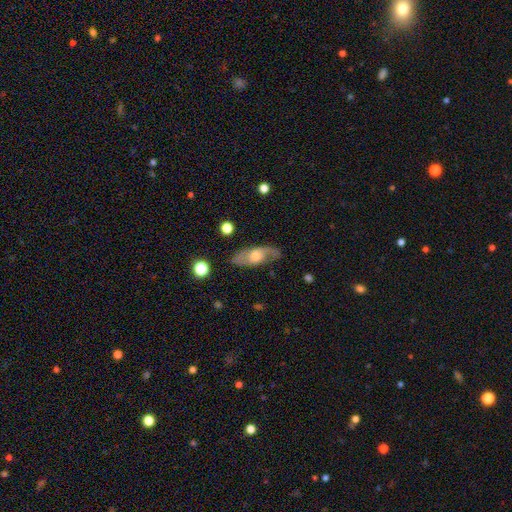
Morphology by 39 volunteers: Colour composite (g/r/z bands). It shows a featured or disk galaxy (62%) with no bar (79%), no spiral arms (53%) and a moderate central bulge (53%). Merging: none (81%).